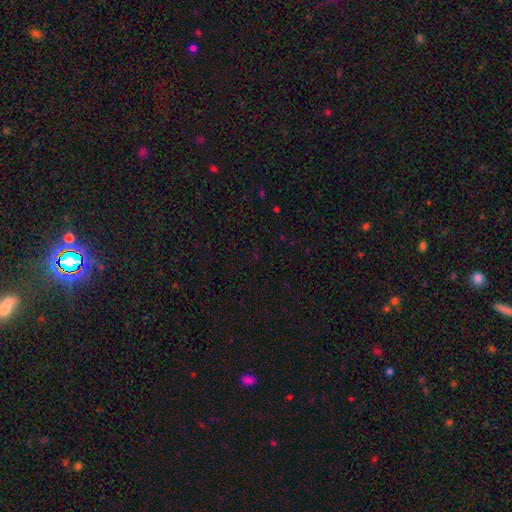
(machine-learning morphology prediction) This is likely a star or artifact rather than a galaxy (68%).